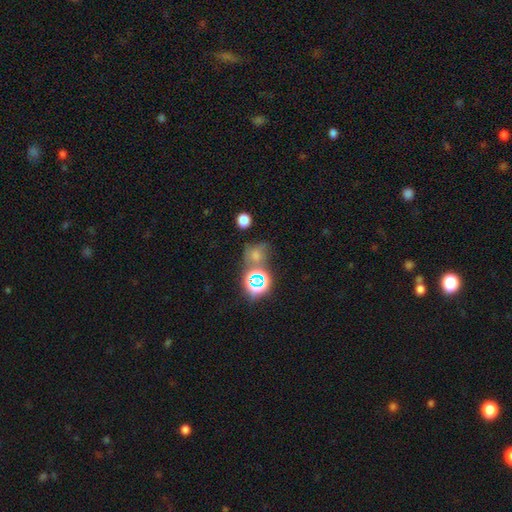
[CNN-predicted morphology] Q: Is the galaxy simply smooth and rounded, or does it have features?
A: smooth — 50%.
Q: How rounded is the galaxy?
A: round — 60%.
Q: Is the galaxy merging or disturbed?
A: none — 48%.